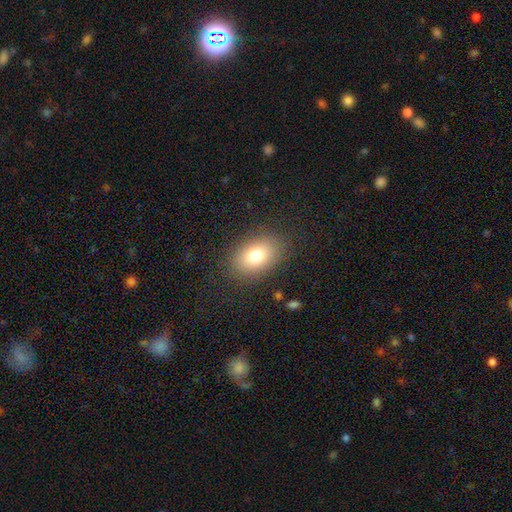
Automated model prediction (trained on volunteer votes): smooth 78%, featured or disk 12%, star or artifact 10%. Down the decision tree: how rounded — in between (81%); merging — none (85%).